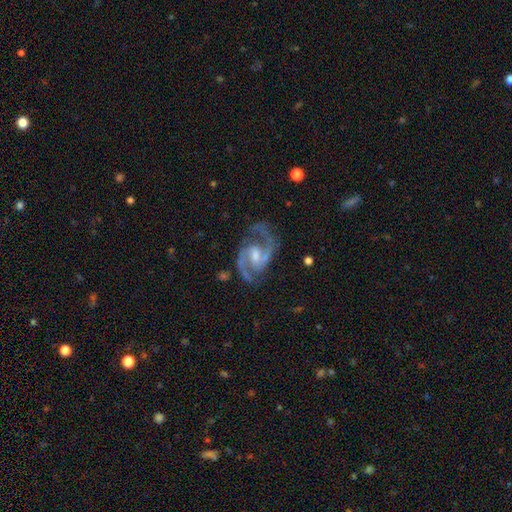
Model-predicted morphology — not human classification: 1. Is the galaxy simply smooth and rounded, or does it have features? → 93% featured or disk, 4% star or artifact, 3% smooth.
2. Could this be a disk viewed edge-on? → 98% no, 2% yes.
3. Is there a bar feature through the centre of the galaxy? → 56% weak, 23% strong, 21% no.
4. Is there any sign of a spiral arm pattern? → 98% yes, 2% no.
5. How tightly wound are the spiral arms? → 68% medium, 18% tight, 14% loose.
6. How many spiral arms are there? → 93% 2, 2% 3, 2% can't tell, 1% 1, 1% 4, 1% more than 4.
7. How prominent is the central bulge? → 48% moderate, 41% small, 6% none, 4% large, 1% dominant.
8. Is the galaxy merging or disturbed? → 78% none, 15% minor disturbance, 6% major disturbance, 2% merger.